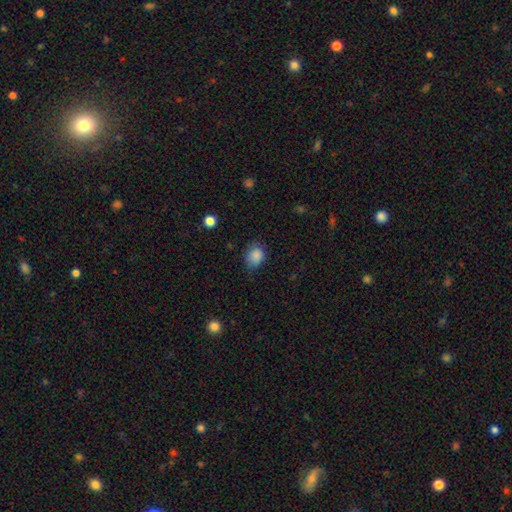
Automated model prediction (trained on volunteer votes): Smooth or featured: smooth — 86% (star or artifact — 9%)
How rounded: in between — 57% (round — 42%)
Merging: none — 69% (minor disturbance — 24%)